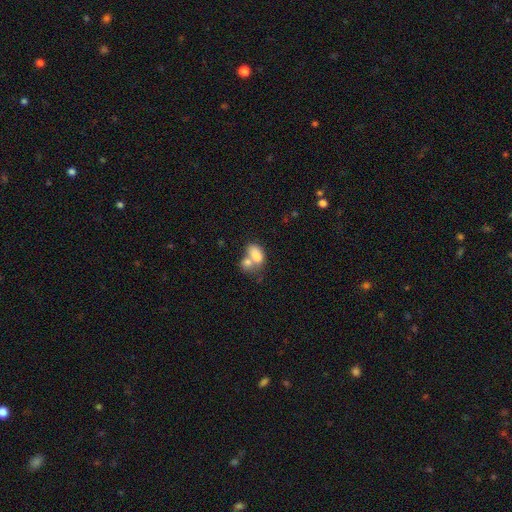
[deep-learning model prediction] A smooth galaxy with no disk features (78%) that is in between round and cigar-shaped (86%).

Vote fractions:
- Smooth or featured? smooth: 78% / featured or disk: 14% / star or artifact: 8%
- How rounded? in between: 86% / round: 12% / cigar-shaped: 2%
- Merging? merger: 64% / none: 22% / minor disturbance: 9% / major disturbance: 5%